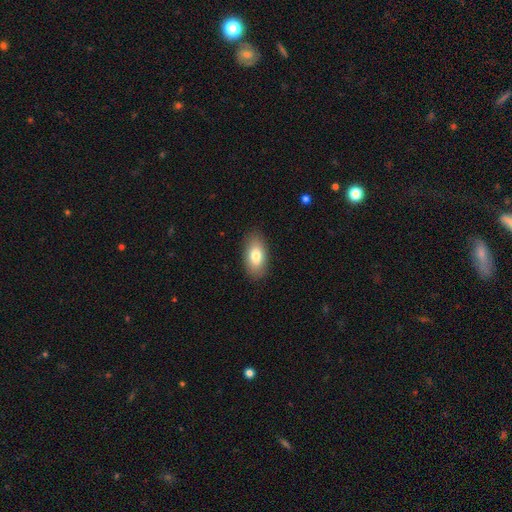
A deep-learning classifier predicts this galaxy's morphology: Overall: smooth (78%). How rounded: in between (91%). Merging: none (87%).